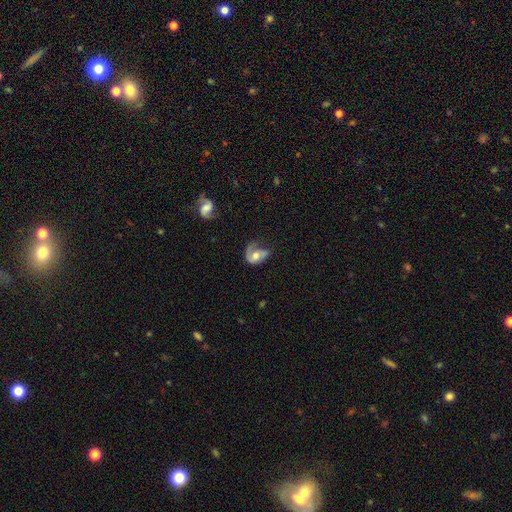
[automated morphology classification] The model was most divided on "merging": major disturbance: 36%, none: 30%, minor disturbance: 28%, merger: 6%. More confident: edge-on disk — no (96%); spiral arms — yes (77%); bulge size — moderate (70%); bar — no (65%); smooth or featured — featured or disk (60%).